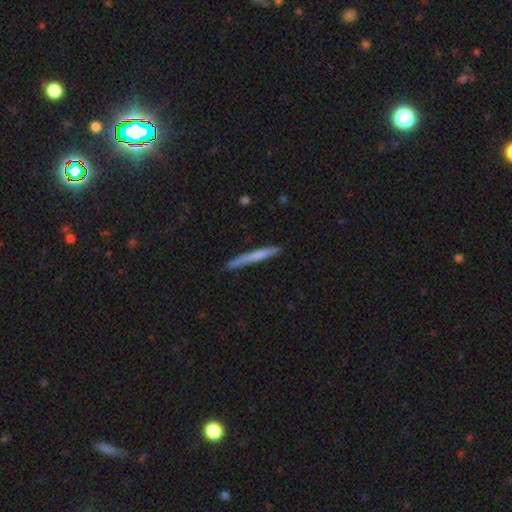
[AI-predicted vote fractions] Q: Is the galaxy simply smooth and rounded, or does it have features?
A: smooth — 61%.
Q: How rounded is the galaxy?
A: cigar-shaped — 97%.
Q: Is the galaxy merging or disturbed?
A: none — 88%.